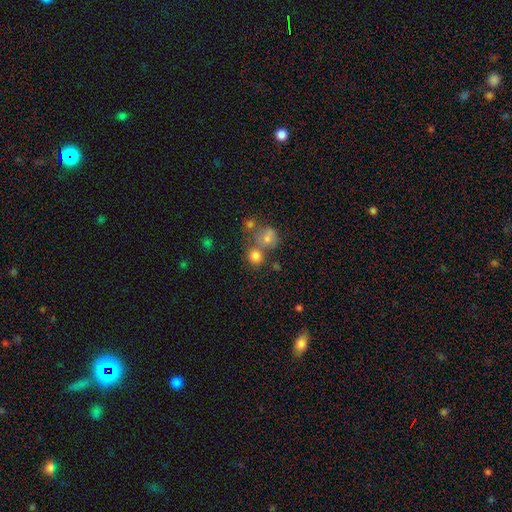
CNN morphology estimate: The model was most divided on "merging": none: 55%, merger: 30%, minor disturbance: 10%, major disturbance: 5%. More confident: how rounded — round (81%); smooth or featured — smooth (77%).